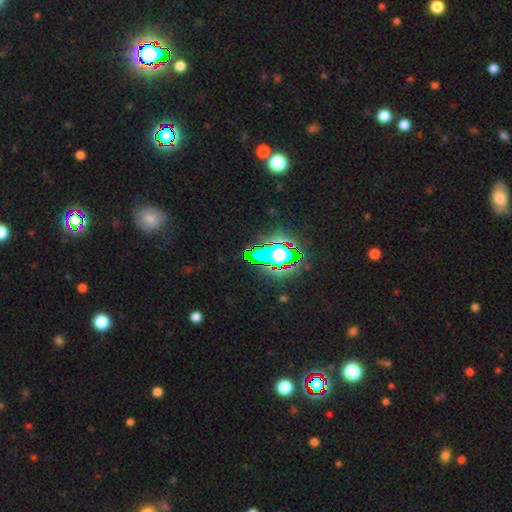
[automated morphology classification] star or artifact 64%, smooth 21%, featured or disk 15%.